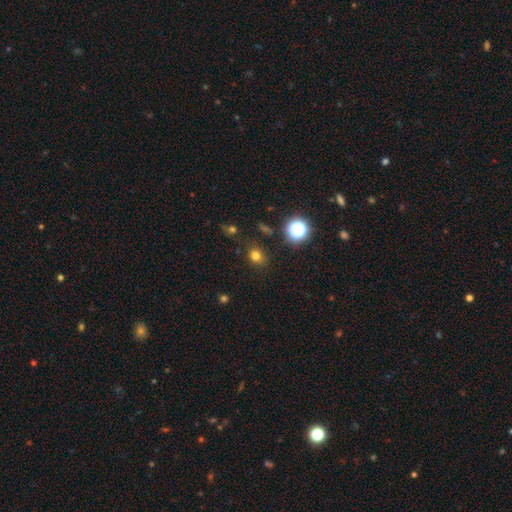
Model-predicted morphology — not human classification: This is likely a smooth galaxy (75%). How rounded: likely round (64%). Merging: clearly none (83%).